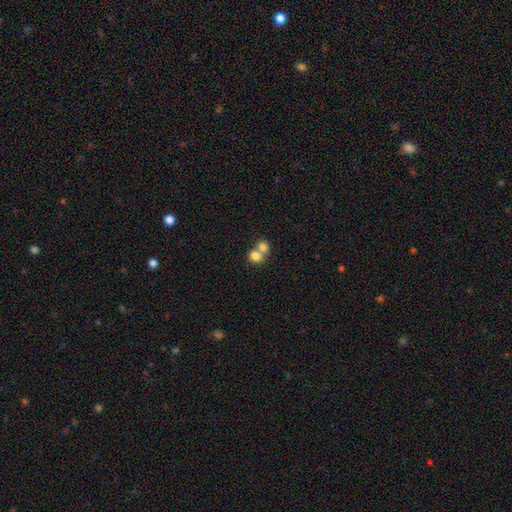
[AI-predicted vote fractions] A smooth galaxy with no disk features (78%) that is round (68%).

Vote fractions:
- Smooth or featured? smooth: 78% / featured or disk: 13% / star or artifact: 9%
- How rounded? round: 68% / in between: 31% / cigar-shaped: 1%
- Merging? merger: 66% / none: 27% / minor disturbance: 5% / major disturbance: 3%